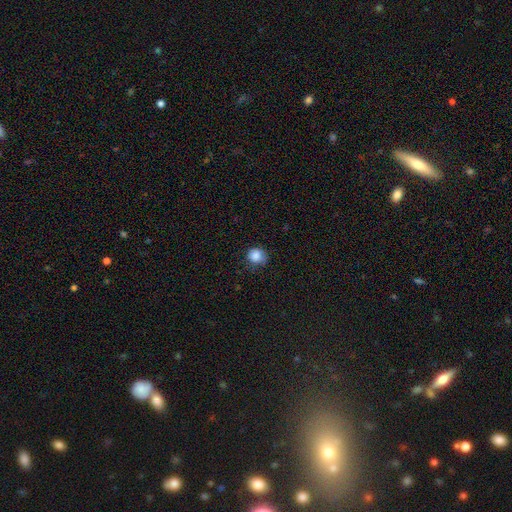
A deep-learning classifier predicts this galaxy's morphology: smooth 85%, star or artifact 10%, featured or disk 5%. Down the decision tree: how rounded — round (81%); merging — none (68%).